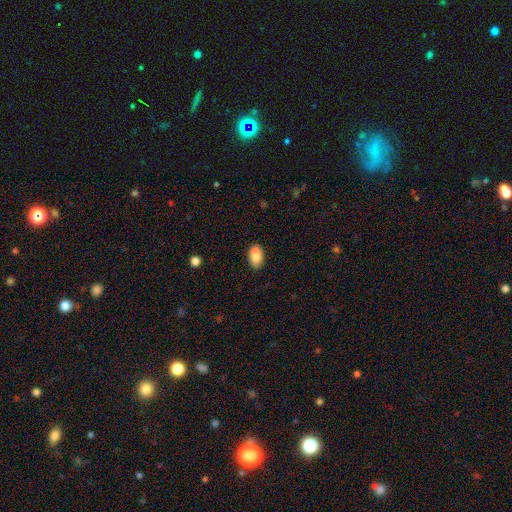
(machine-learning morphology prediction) Overall: smooth (86%). How rounded: in between (93%). Merging: none (86%).